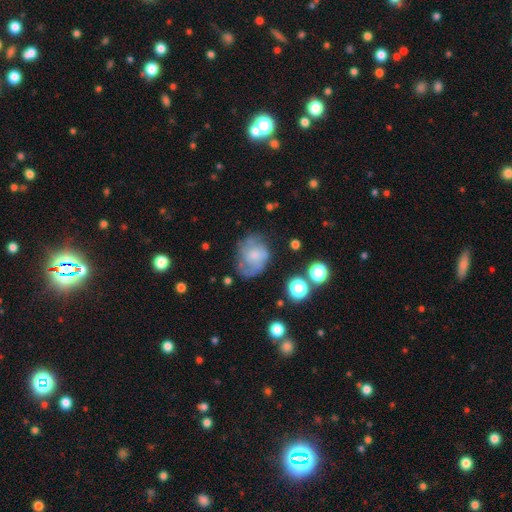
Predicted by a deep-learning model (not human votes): The model was most divided on "smooth or featured": smooth: 47%, featured or disk: 42%, star or artifact: 10%. Remaining: merging — none (48%).